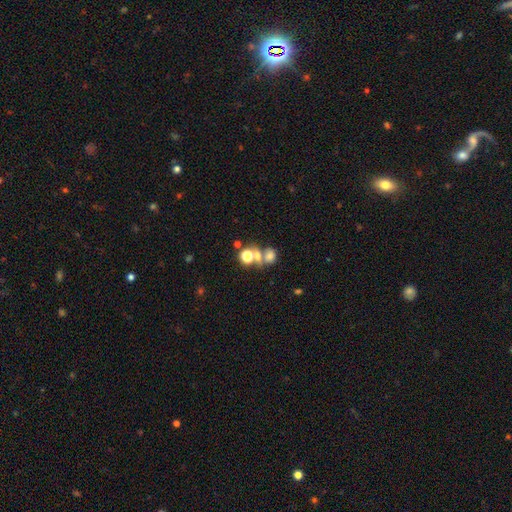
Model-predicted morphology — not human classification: A star or artifact, not a galaxy (44%).